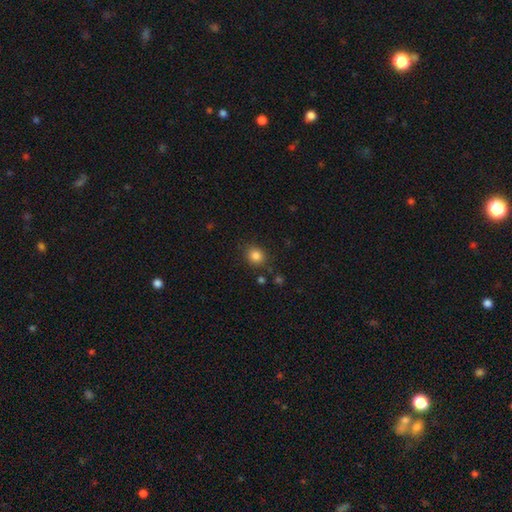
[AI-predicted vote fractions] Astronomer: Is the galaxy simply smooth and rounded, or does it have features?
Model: smooth — 84%.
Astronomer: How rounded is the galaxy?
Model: round — 71%.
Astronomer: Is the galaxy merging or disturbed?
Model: none — 83%.